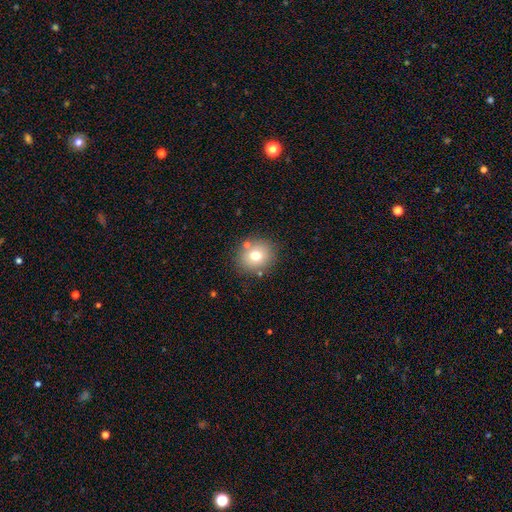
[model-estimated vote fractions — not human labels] Morphology: type=smooth (72%); roundness=round (79%); merging=none (80%).